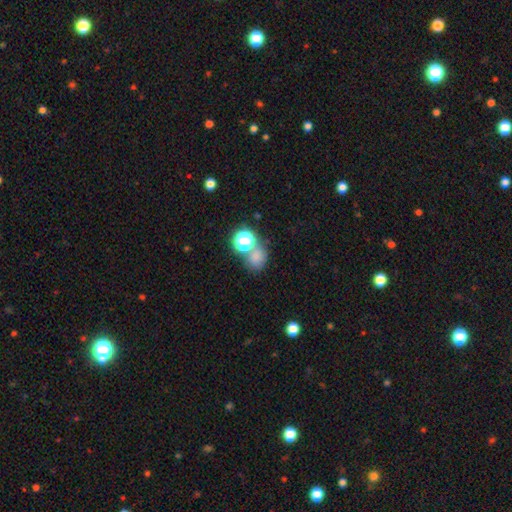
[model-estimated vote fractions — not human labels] smooth 69%, star or artifact 23%, featured or disk 8%. Down the decision tree: how rounded — round (66%); merging — none (55%).